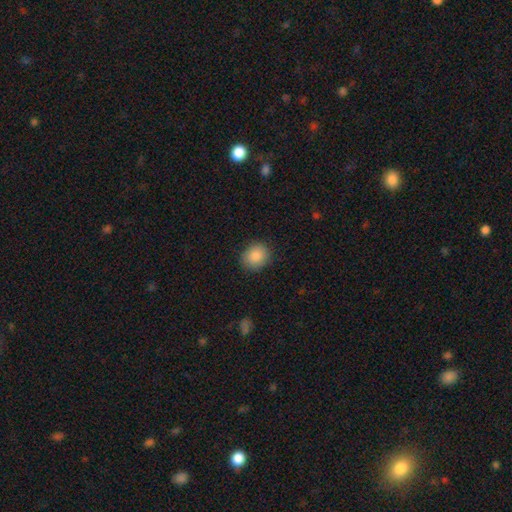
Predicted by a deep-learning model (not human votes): The model was most divided on "how rounded": round: 70%, in between: 29%, cigar-shaped: 1%. More confident: smooth or featured — smooth (89%); merging — none (87%).